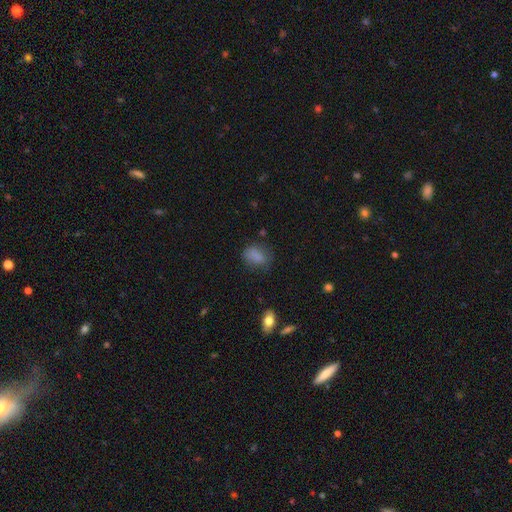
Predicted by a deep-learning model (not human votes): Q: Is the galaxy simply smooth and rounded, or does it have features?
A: smooth — 81%.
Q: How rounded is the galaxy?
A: in between — 77%.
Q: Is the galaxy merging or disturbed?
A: none — 64%.